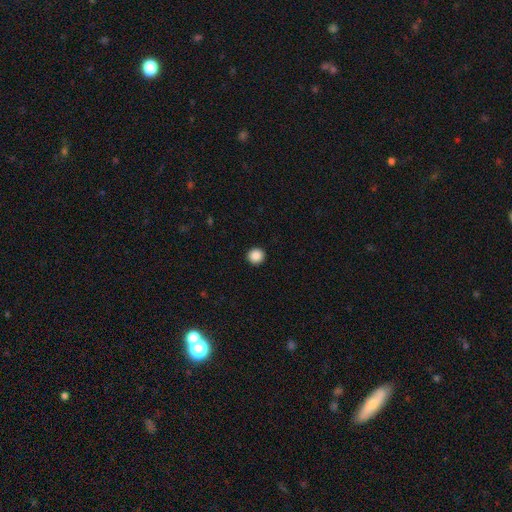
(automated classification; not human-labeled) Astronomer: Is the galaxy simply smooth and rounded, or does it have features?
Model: smooth — 89%.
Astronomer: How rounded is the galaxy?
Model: round — 95%.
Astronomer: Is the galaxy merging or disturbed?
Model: none — 93%.